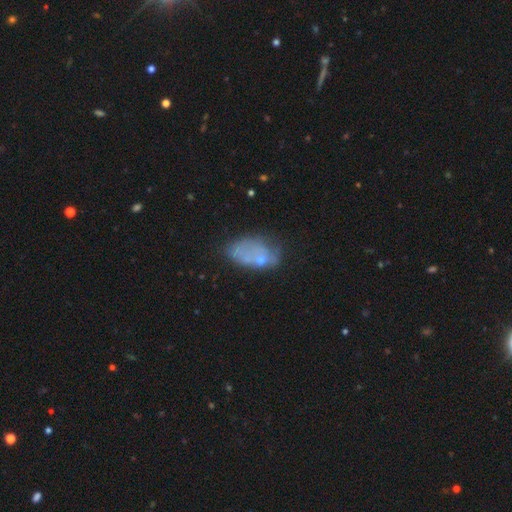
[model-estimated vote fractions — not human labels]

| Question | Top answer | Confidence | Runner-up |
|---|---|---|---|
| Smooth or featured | smooth | 48% | featured or disk (38%) |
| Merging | none | 36% | minor disturbance (26%) |